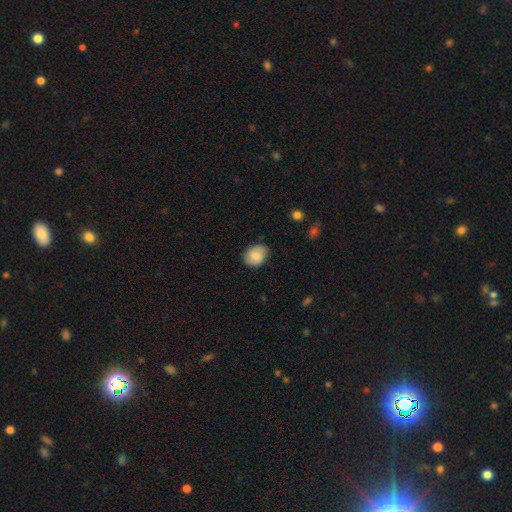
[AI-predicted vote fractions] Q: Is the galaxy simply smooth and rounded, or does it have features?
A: smooth — 83%.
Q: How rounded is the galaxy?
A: in between — 52%.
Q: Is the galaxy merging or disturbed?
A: none — 76%.